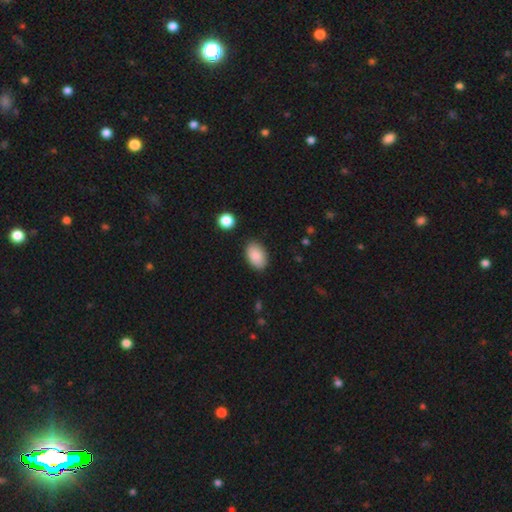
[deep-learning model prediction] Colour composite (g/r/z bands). It shows a smooth galaxy with no disk features (87%) that is in between round and cigar-shaped (90%). Merging: none (86%).